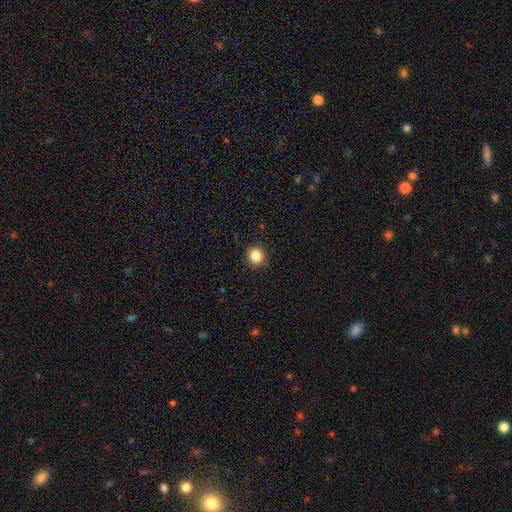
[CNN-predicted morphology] A smooth galaxy with no disk features (85%) that is round (88%). Merging: none (90%).